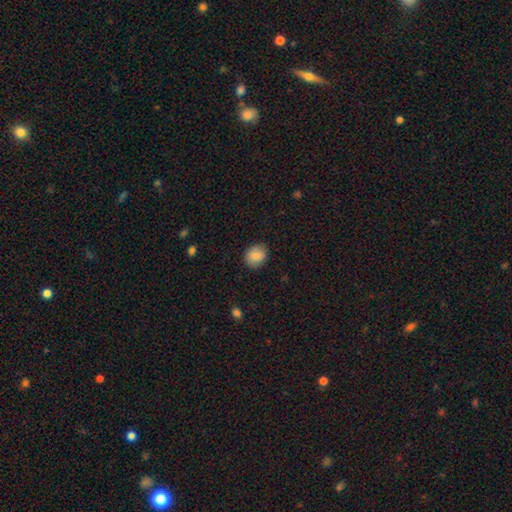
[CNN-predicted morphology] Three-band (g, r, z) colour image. It shows a smooth galaxy with no disk features (85%) that is round (66%). Merging: none (86%).